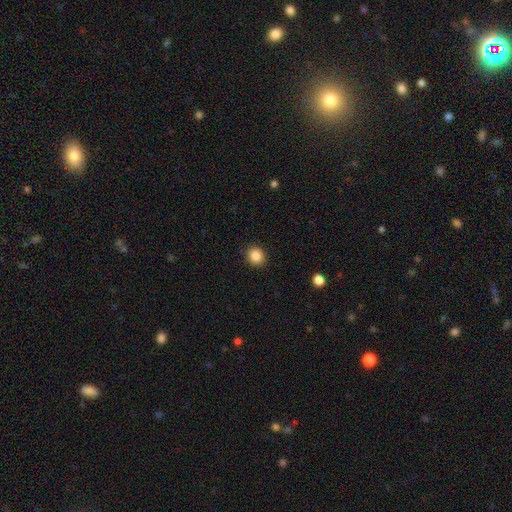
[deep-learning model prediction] Overall: smooth (86%). How rounded: round (84%). Merging: none (91%).